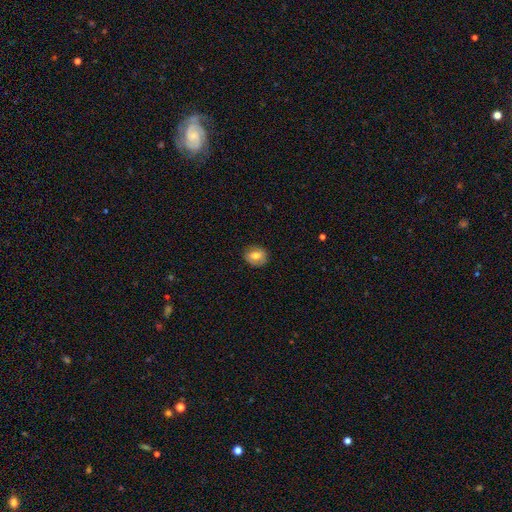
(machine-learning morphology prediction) This appears to be a smooth galaxy with no disk features (70%) that is round (63%). Merging: none (85%).